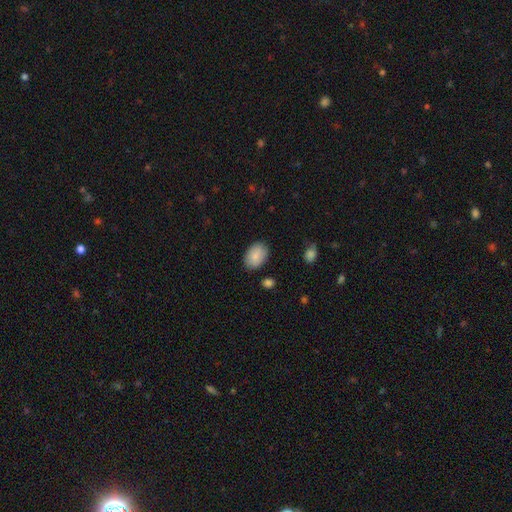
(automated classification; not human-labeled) Smooth or featured? Predicted: smooth (p=0.85). How rounded? Predicted: in between (p=0.82). Merging? Predicted: none (p=0.84).